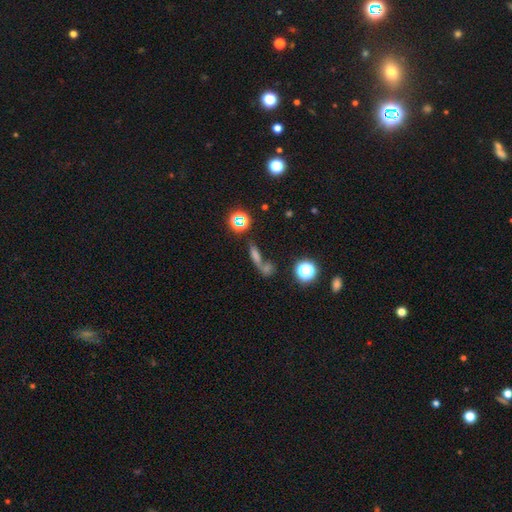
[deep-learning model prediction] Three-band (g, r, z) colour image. It shows a smooth galaxy with no disk features (53%) that is cigar-shaped (42%). Merging: none (41%, tied with merger).